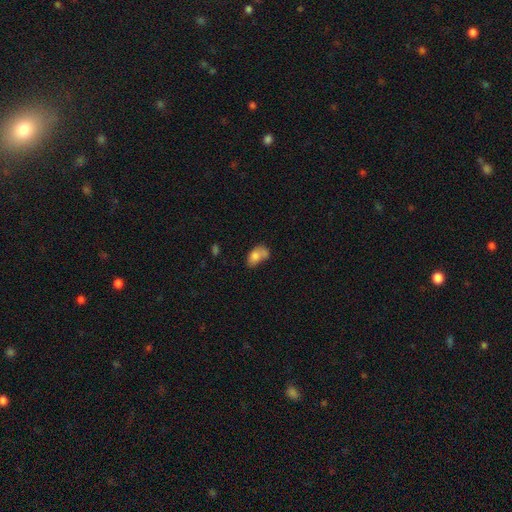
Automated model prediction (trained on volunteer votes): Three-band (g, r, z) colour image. It shows a smooth galaxy with no disk features (75%) that is in between round and cigar-shaped (85%). Merging: merger (40%).